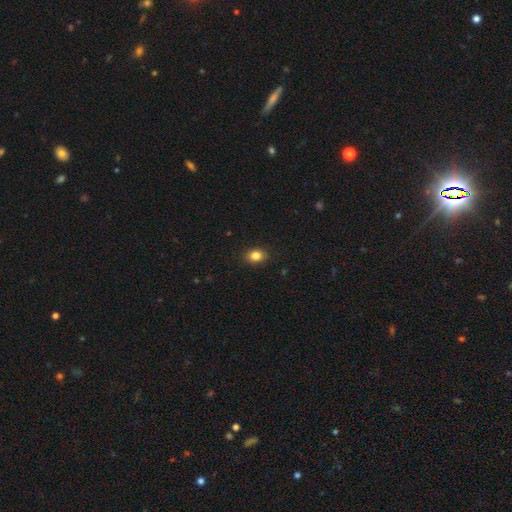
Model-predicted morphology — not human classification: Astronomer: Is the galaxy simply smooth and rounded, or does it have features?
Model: smooth — 84%.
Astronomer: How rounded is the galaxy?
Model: in between — 61% (runner-up: round, 38%).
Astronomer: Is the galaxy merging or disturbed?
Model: none — 89%.